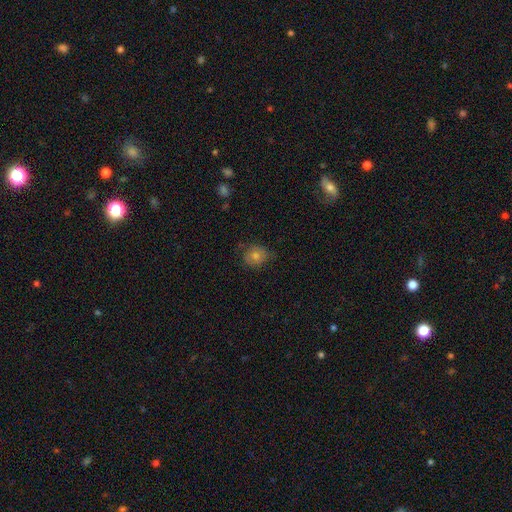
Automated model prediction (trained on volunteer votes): The model was most divided on "smooth or featured": smooth: 60%, featured or disk: 24%, star or artifact: 16%. More confident: how rounded — round (78%); merging — none (73%).